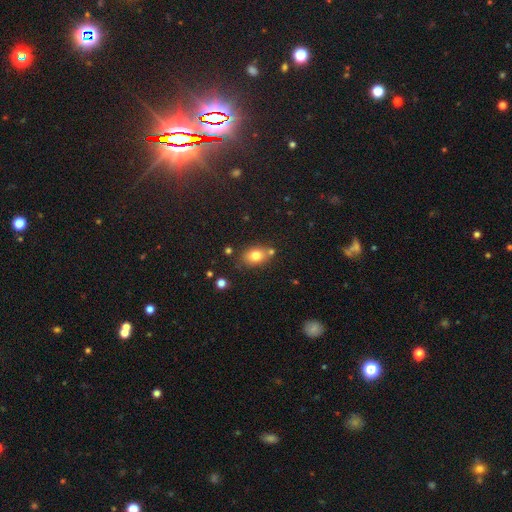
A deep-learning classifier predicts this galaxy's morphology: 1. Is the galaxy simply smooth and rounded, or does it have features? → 78% smooth, 11% featured or disk, 11% star or artifact.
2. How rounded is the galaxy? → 68% in between, 31% round, 1% cigar-shaped.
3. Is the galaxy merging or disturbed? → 69% none, 15% minor disturbance, 13% merger, 4% major disturbance.